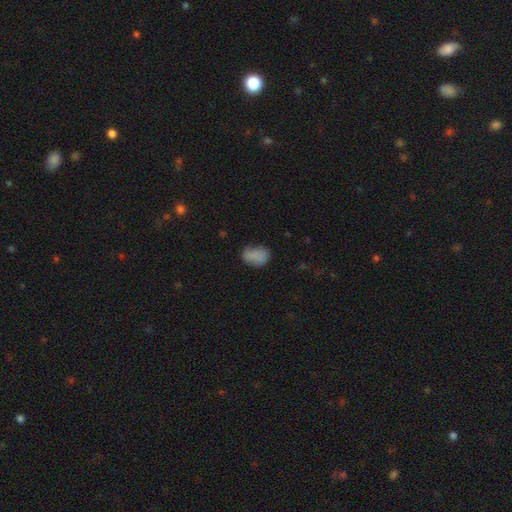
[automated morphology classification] This appears to be a smooth galaxy with no disk features (83%) that is in between round and cigar-shaped (84%). Merging: none (61%).